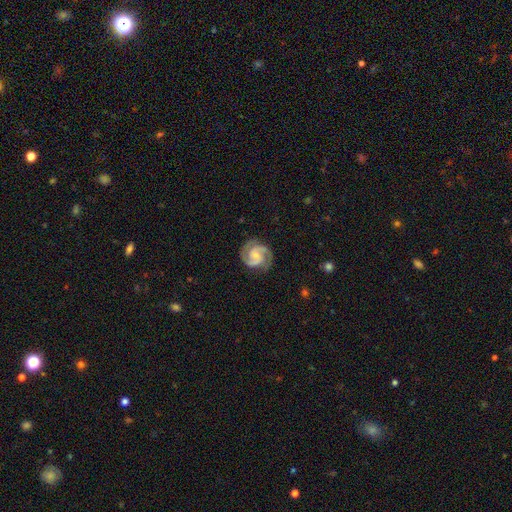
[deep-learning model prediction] A featured or disk galaxy (90%) with no bar (53%), 2 (88%) medium (48%) spiral arms (98%) and a small central bulge (60%). Merging: none (81%).